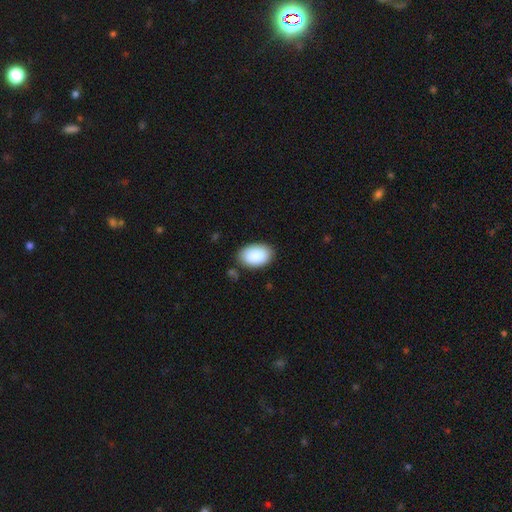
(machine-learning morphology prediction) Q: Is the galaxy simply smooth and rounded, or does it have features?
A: smooth — 90%.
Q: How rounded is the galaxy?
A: in between — 93%.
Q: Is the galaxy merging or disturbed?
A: none — 84%.